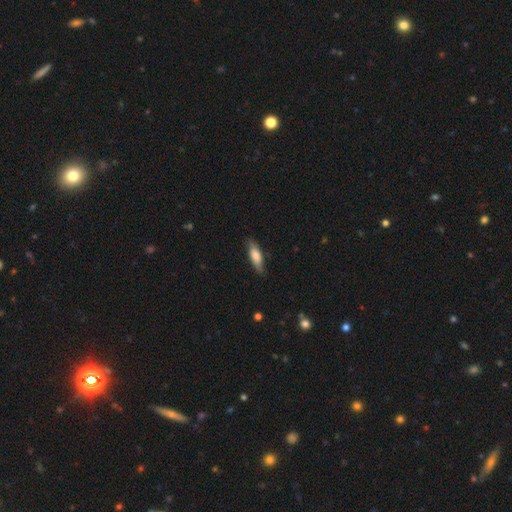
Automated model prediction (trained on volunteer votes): smooth 71%, featured or disk 23%, star or artifact 6%. Down the decision tree: how rounded — cigar-shaped (51%); merging — none (79%).